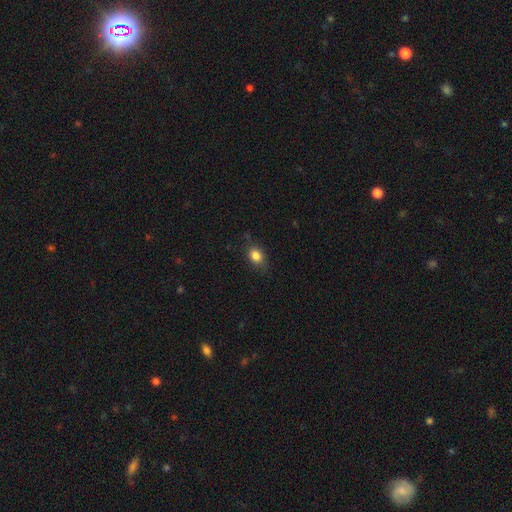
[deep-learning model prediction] smooth-or-featured: smooth: 83% | star or artifact: 10% | featured or disk: 7%
  how-rounded: in between: 64% | round: 34% | cigar-shaped: 2%
  merging: none: 73% | minor disturbance: 20% | major disturbance: 5% | merger: 1%